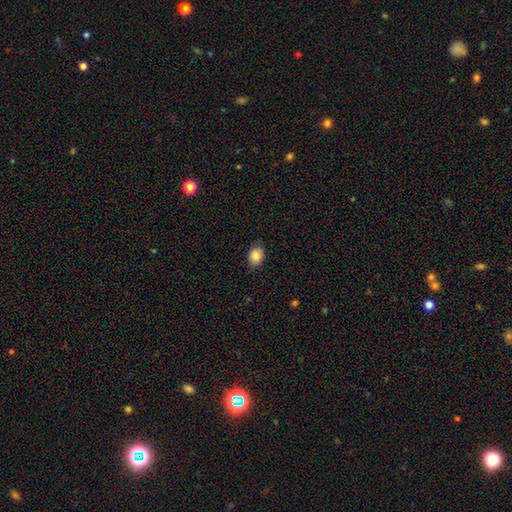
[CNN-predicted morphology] smooth 87%, star or artifact 8%, featured or disk 5%. Down the decision tree: how rounded — in between (62%); merging — none (85%).